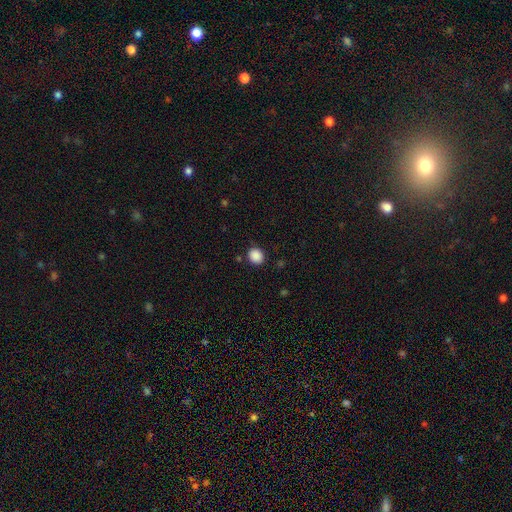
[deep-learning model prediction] Morphology: type=smooth (88%); roundness=round (76%); merging=none (87%).